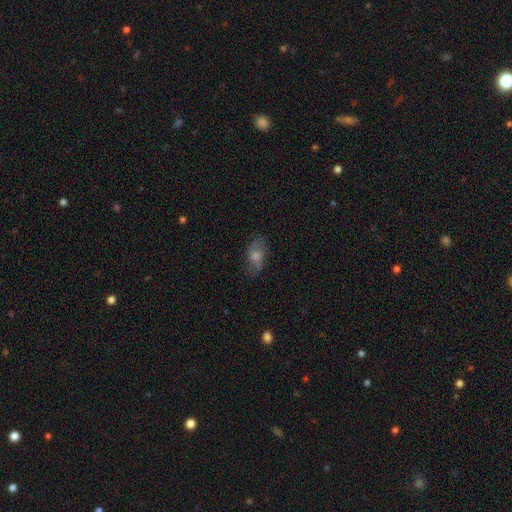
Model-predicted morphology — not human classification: Smooth or featured?
  - smooth: 48% *
  - featured or disk: 38%
  - star or artifact: 14%
Merging?
  - none: 76% *
  - minor disturbance: 17%
  - major disturbance: 6%
  - merger: 1%